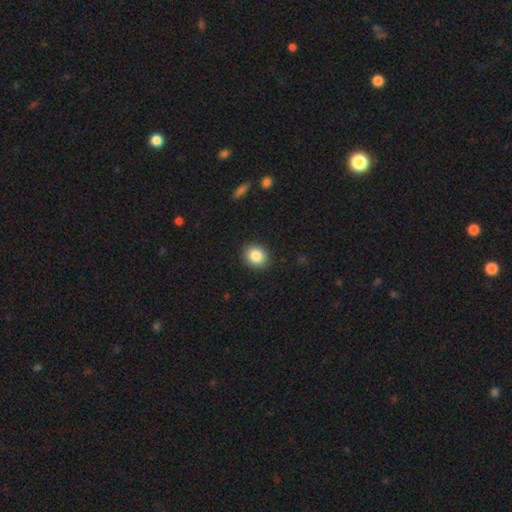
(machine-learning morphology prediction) Overall: smooth (86%). How rounded: round (62%; in between 37%). Merging: none (89%).